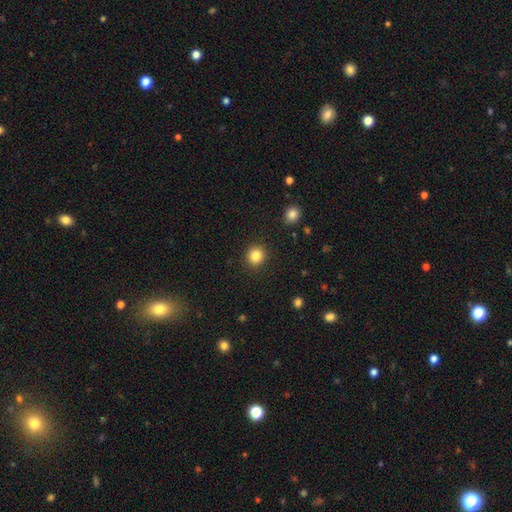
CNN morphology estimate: type=smooth (84%); roundness=round (88%); merging=none (91%).